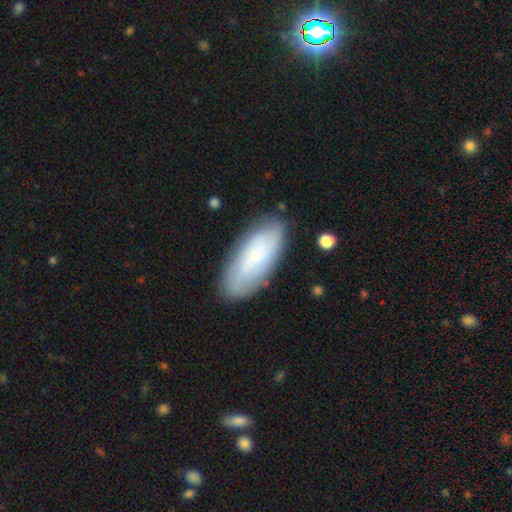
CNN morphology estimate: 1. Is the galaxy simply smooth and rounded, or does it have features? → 49% smooth, 45% featured or disk, 7% star or artifact.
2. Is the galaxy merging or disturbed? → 81% none, 14% minor disturbance, 3% major disturbance, 2% merger.